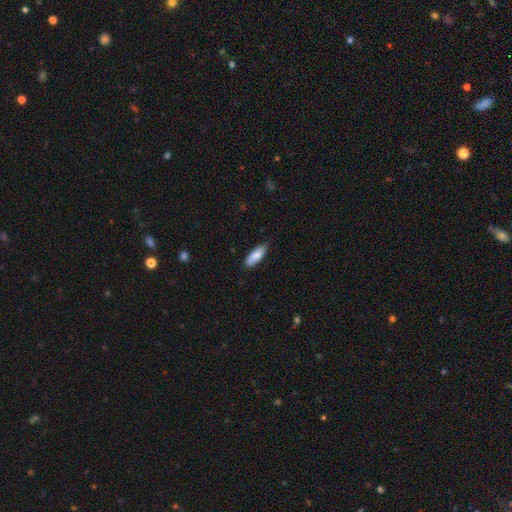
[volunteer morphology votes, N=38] Smooth or featured?
  - smooth: 63% *
  - featured or disk: 29%
  - star or artifact: 8%
How rounded?
  - in between: 67% *
  - cigar-shaped: 33%
  - round: 0%
Merging?
  - none: 80% *
  - minor disturbance: 11%
  - major disturbance: 6%
  - merger: 3%